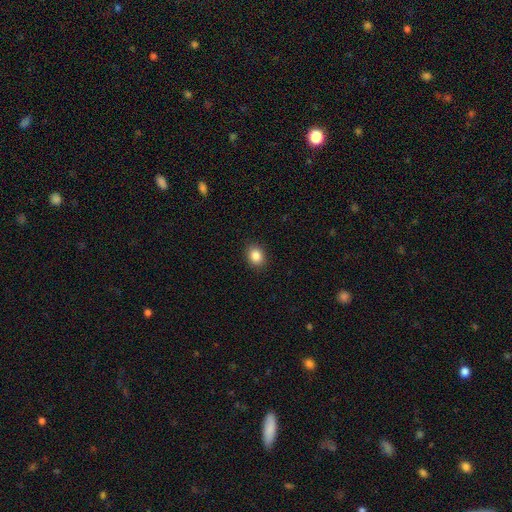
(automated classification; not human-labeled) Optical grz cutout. It shows a smooth galaxy with no disk features (87%) that is round (51%). Merging: none (90%).